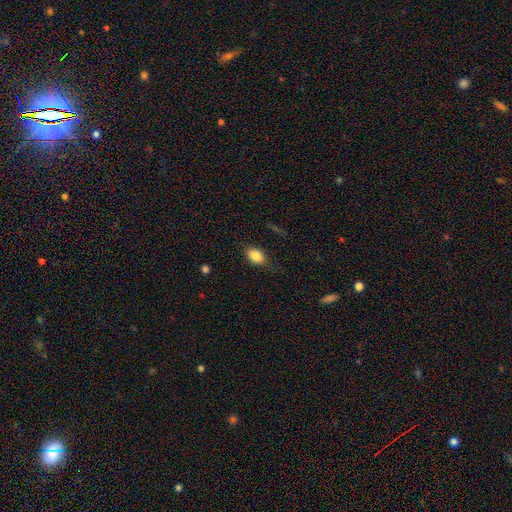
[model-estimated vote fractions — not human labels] A smooth galaxy with no disk features (86%) that is in between round and cigar-shaped (83%).

Vote fractions:
- Smooth or featured? smooth: 86% / star or artifact: 8% / featured or disk: 6%
- How rounded? in between: 83% / round: 16% / cigar-shaped: 2%
- Merging? none: 80% / minor disturbance: 15% / major disturbance: 4% / merger: 1%